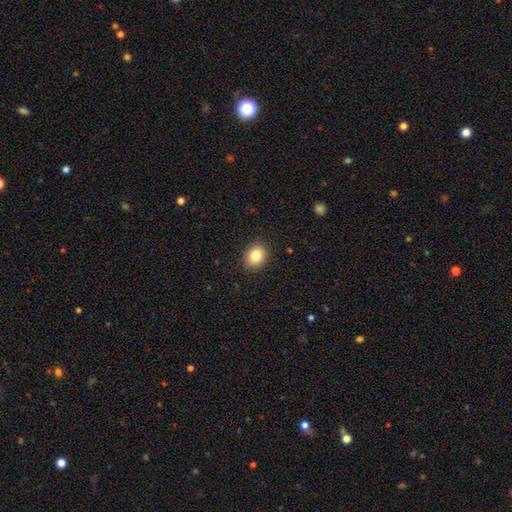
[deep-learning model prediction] The model was most divided on "how rounded": round: 57%, in between: 42%, cigar-shaped: 1%. More confident: merging — none (90%); smooth or featured — smooth (82%).